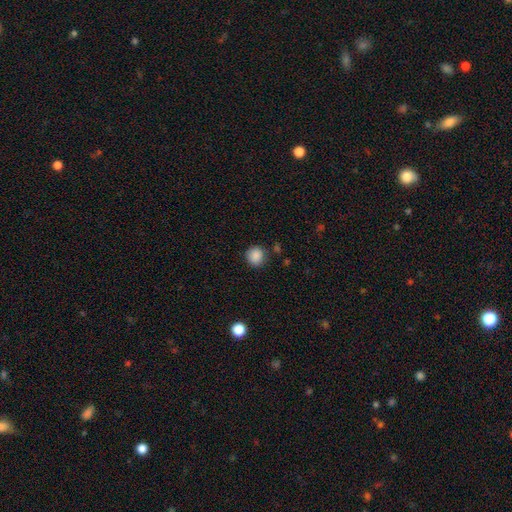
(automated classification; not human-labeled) Q: Smooth or featured?
A: smooth (88%); runner-up: star or artifact (9%)
Q: How rounded?
A: round (90%); runner-up: in between (9%)
Q: Merging?
A: none (85%); runner-up: minor disturbance (10%)